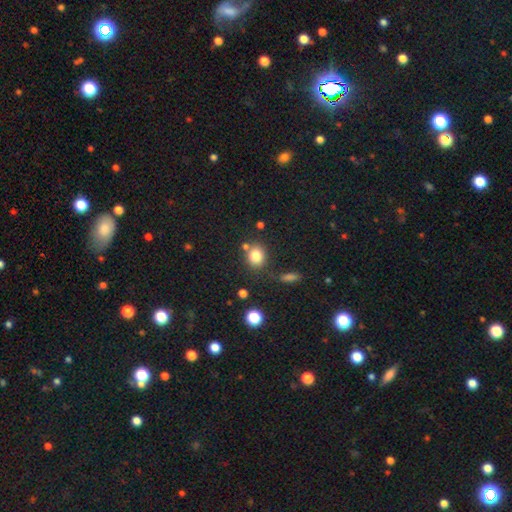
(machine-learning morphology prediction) Smooth or featured? smooth (80%)
How rounded? round (72%)
Merging? none (70%)